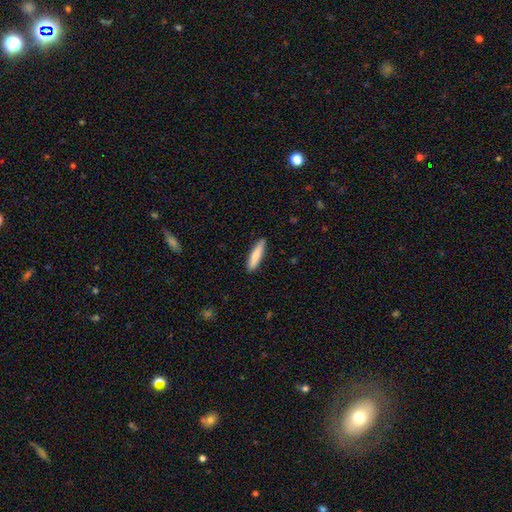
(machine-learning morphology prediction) Q: Smooth or featured?
A: smooth (81%); runner-up: featured or disk (13%)
Q: How rounded?
A: cigar-shaped (82%); runner-up: in between (17%)
Q: Merging?
A: none (89%); runner-up: minor disturbance (8%)